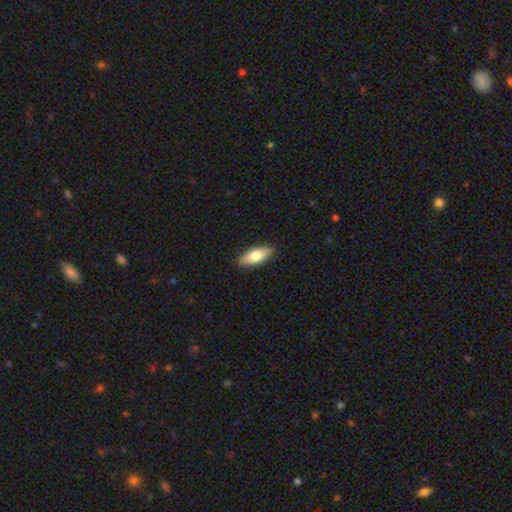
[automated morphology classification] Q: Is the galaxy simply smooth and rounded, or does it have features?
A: smooth — 73%.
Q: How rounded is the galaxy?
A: in between — 77%.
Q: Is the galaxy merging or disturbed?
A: none — 88%.